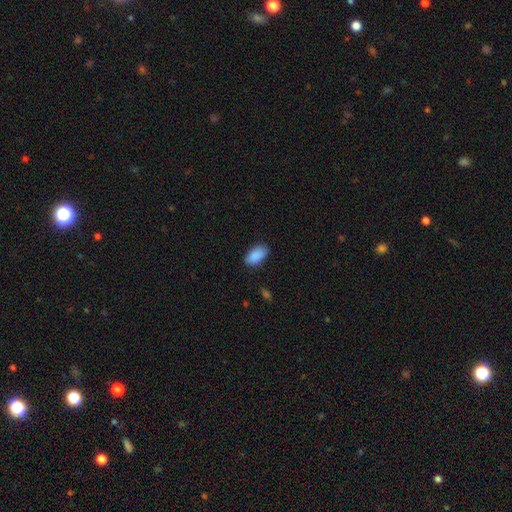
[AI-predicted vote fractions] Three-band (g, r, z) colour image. It shows a smooth galaxy with no disk features (89%) that is in between round and cigar-shaped (93%). Merging: none (82%).